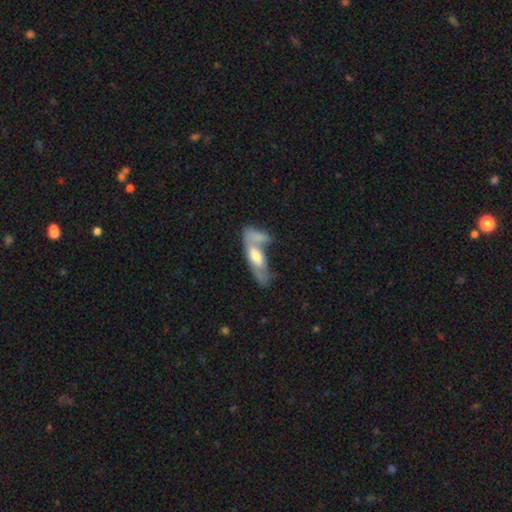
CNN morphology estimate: Overall: smooth (53%; featured or disk 41%). How rounded: in between (65%; cigar-shaped 32%). Merging: merger (49%; none 27%).